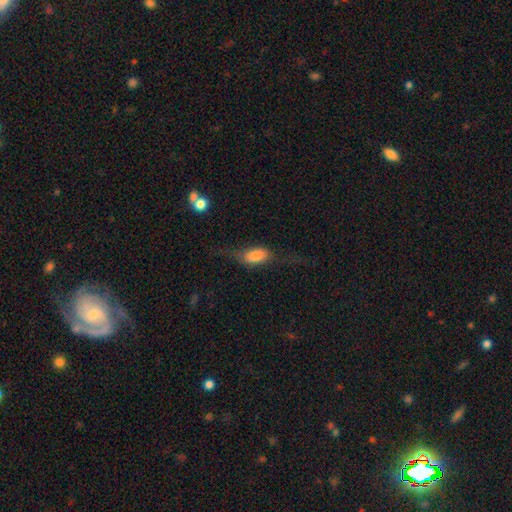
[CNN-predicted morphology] This appears to be a smooth galaxy with no disk features (63%) that is in between round and cigar-shaped (82%). Merging: none (44%).